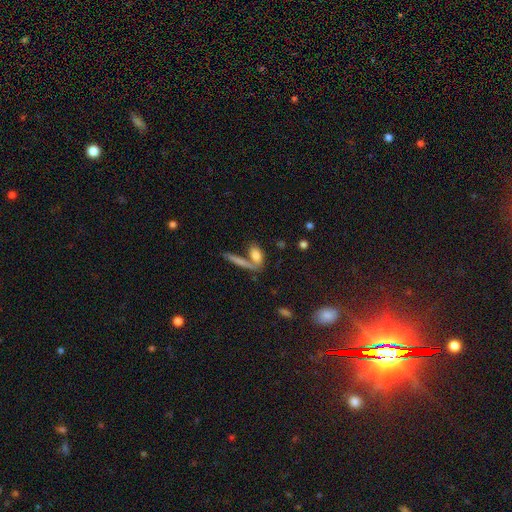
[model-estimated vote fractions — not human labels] Overall: smooth (75%). How rounded: in between (64%; cigar-shaped 30%). Merging: none (53%; merger 30%).